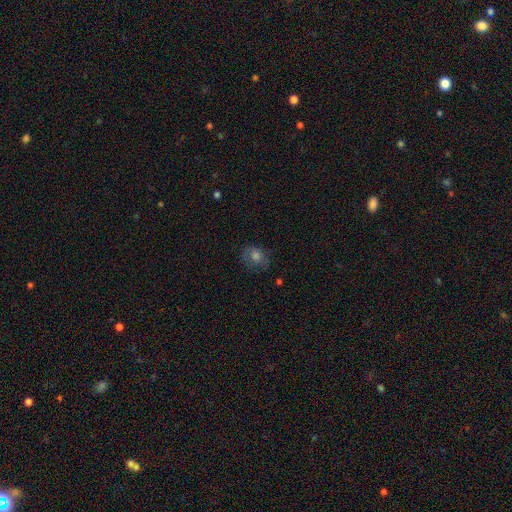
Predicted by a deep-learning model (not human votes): A smooth galaxy with no disk features (65%) that is round (60%).

Vote fractions:
- Smooth or featured? smooth: 65% / featured or disk: 20% / star or artifact: 15%
- How rounded? round: 60% / in between: 39% / cigar-shaped: 1%
- Merging? none: 71% / minor disturbance: 20% / major disturbance: 7% / merger: 2%